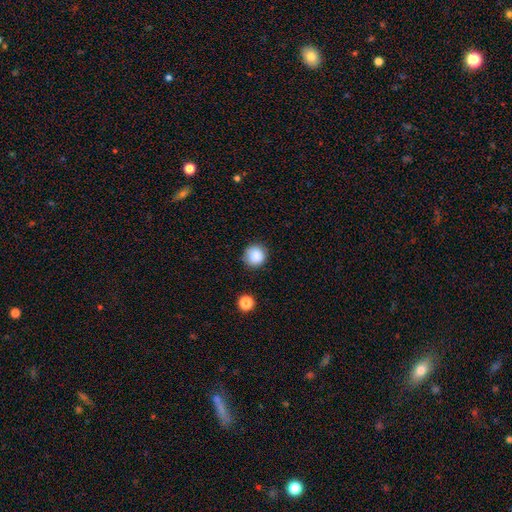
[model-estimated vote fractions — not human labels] Q: Smooth or featured?
A: smooth (87%); runner-up: star or artifact (10%)
Q: How rounded?
A: round (94%); runner-up: in between (5%)
Q: Merging?
A: none (88%); runner-up: minor disturbance (8%)